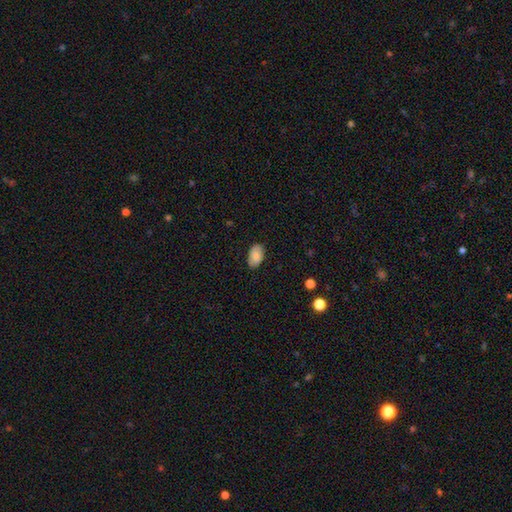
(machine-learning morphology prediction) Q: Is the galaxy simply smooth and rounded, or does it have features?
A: smooth — 83%.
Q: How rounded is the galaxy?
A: in between — 94%.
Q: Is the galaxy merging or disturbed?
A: none — 83%.